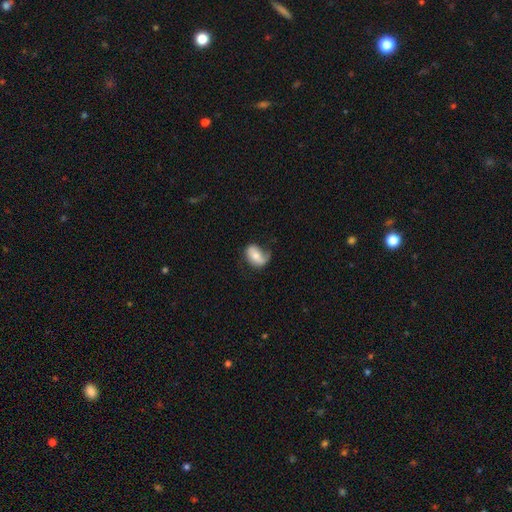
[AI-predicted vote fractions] Smooth or featured? smooth (55%)
How rounded? in between (85%)
Merging? none (44%)